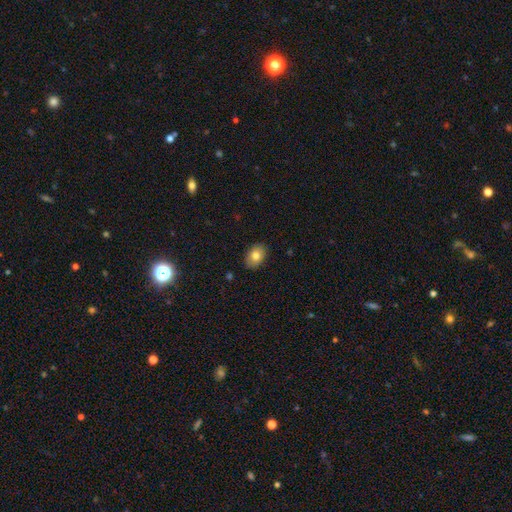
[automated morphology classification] Overall: smooth (81%). How rounded: in between (80%). Merging: none (88%).